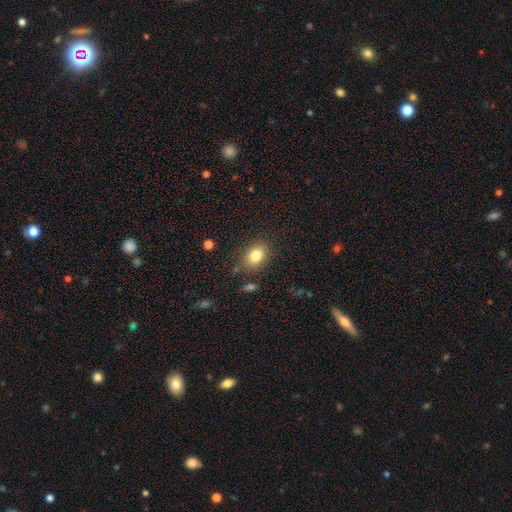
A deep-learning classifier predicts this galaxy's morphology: Smooth or featured? Predicted: smooth (p=0.82). How rounded? Predicted: in between (p=0.66). Merging? Predicted: none (p=0.80).